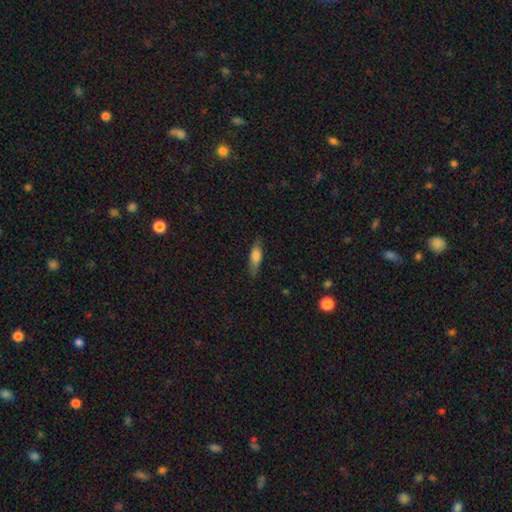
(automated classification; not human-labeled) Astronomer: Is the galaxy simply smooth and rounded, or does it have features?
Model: smooth — 75%.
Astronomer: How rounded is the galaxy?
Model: in between — 54% (runner-up: cigar-shaped, 44%).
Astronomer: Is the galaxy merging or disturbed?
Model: none — 75%.